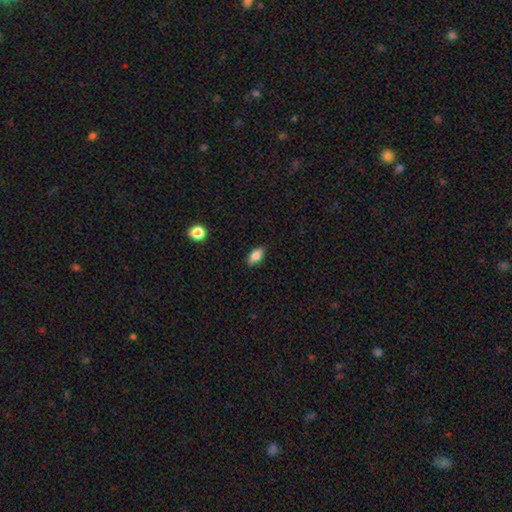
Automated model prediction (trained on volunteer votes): Morphology: type=smooth (84%); roundness=in between (88%); merging=none (88%).